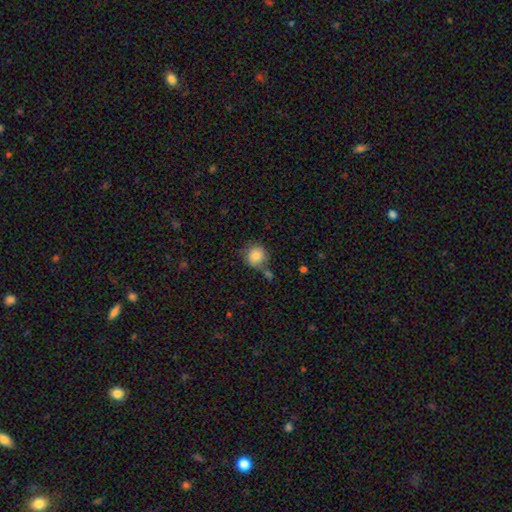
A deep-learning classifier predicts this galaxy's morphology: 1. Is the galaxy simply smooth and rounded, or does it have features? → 83% smooth, 9% star or artifact, 8% featured or disk.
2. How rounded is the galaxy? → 90% round, 9% in between, 1% cigar-shaped.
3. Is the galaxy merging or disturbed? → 58% none, 18% merger, 17% minor disturbance, 7% major disturbance.